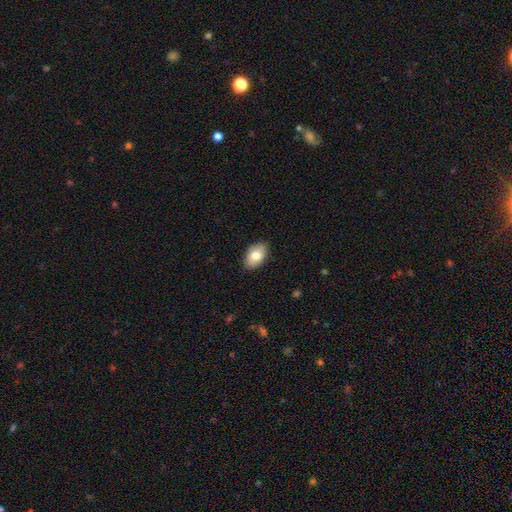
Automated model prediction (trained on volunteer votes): Overall: smooth (80%). How rounded: in between (92%). Merging: none (88%).